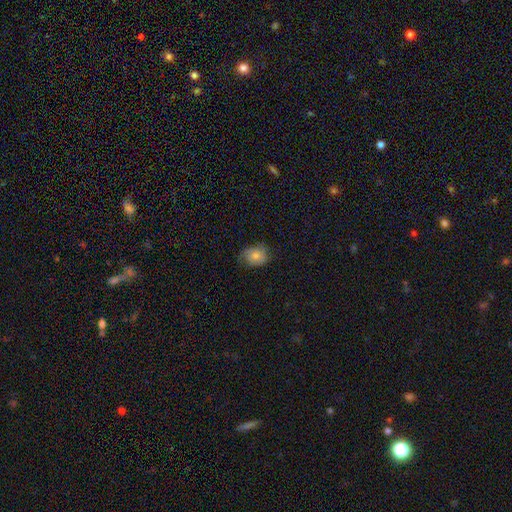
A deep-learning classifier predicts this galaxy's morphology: type=smooth (74%); roundness=round (63%); merging=none (68%).